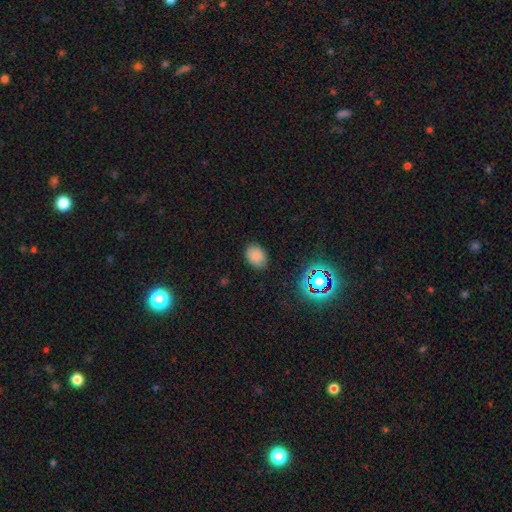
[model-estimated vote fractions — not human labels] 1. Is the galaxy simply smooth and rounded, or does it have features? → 81% smooth, 14% star or artifact, 5% featured or disk.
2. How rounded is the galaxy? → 72% in between, 27% round, 1% cigar-shaped.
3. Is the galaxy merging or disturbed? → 84% none, 12% minor disturbance, 3% major disturbance, 1% merger.